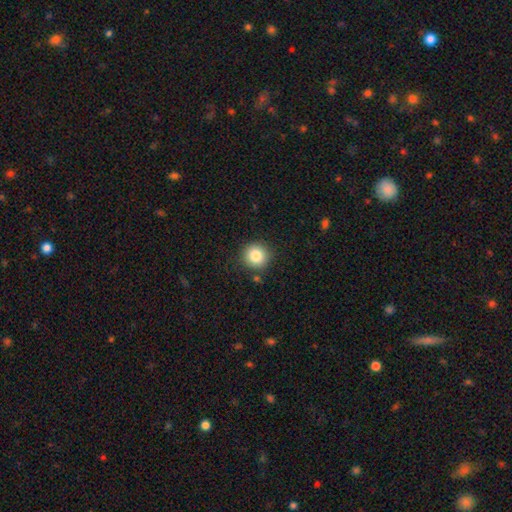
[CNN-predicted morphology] Smooth or featured?
  - smooth: 84% *
  - star or artifact: 10%
  - featured or disk: 6%
How rounded?
  - round: 93% *
  - in between: 6%
  - cigar-shaped: 1%
Merging?
  - none: 87% *
  - minor disturbance: 8%
  - major disturbance: 3%
  - merger: 2%